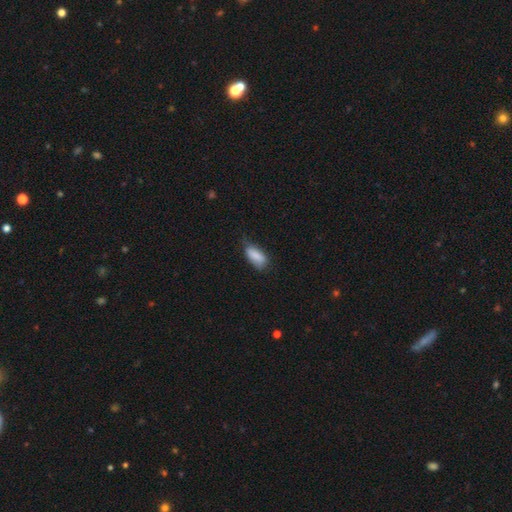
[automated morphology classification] The model was most divided on "merging": none: 53%, minor disturbance: 37%, major disturbance: 8%, merger: 2%. More confident: smooth or featured — smooth (84%); how rounded — in between (84%).